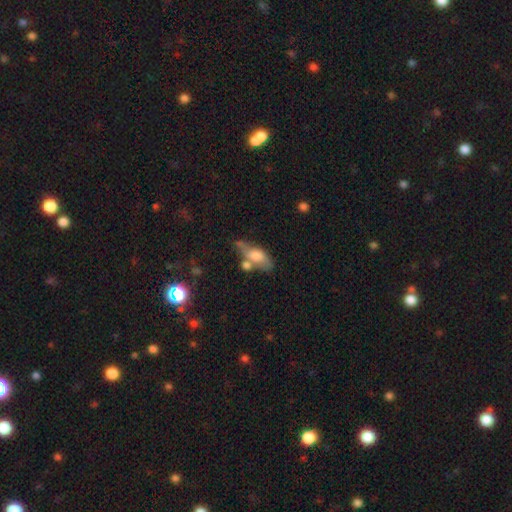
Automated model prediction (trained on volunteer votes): Overall: smooth (54%; featured or disk 38%). How rounded: in between (76%). Merging: none (37%; merger 28%).